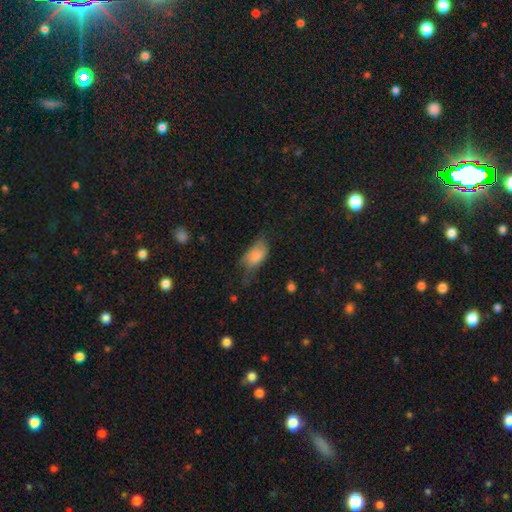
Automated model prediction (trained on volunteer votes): Overall: smooth (77%). How rounded: in between (91%). Merging: minor disturbance (37%; none 36%).